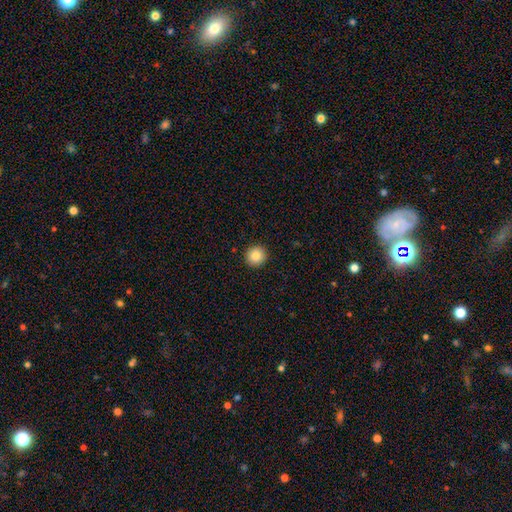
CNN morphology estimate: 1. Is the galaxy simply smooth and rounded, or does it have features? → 86% smooth, 9% star or artifact, 5% featured or disk.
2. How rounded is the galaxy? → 95% round, 4% in between, 1% cigar-shaped.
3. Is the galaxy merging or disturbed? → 93% none, 5% minor disturbance, 2% major disturbance, 1% merger.